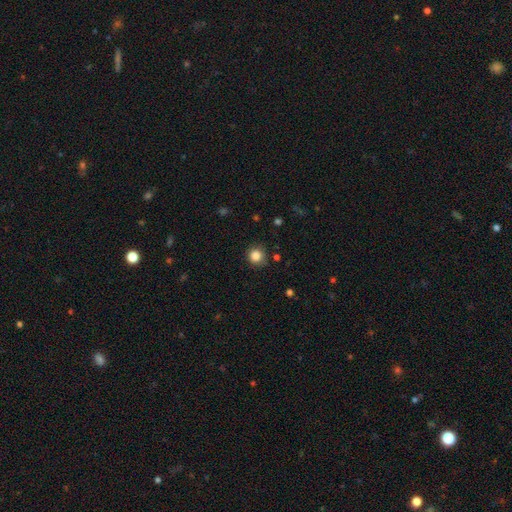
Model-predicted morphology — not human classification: Smooth or featured?
  - smooth: 85% *
  - star or artifact: 11%
  - featured or disk: 4%
How rounded?
  - round: 93% *
  - in between: 6%
  - cigar-shaped: 1%
Merging?
  - none: 85% *
  - minor disturbance: 10%
  - major disturbance: 3%
  - merger: 2%